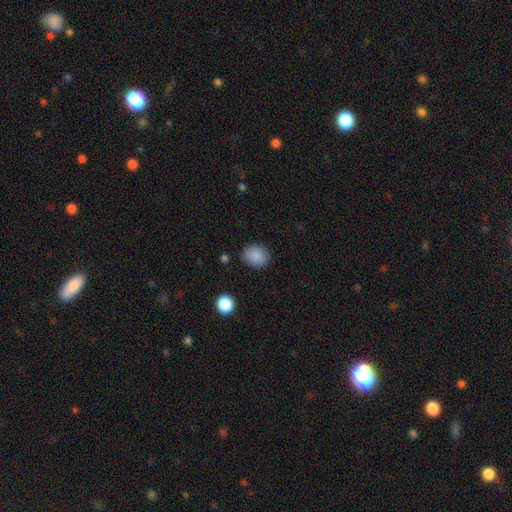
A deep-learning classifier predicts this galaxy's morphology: smooth 88%, star or artifact 9%, featured or disk 3%. Down the decision tree: how rounded — round (65%); merging — none (84%).